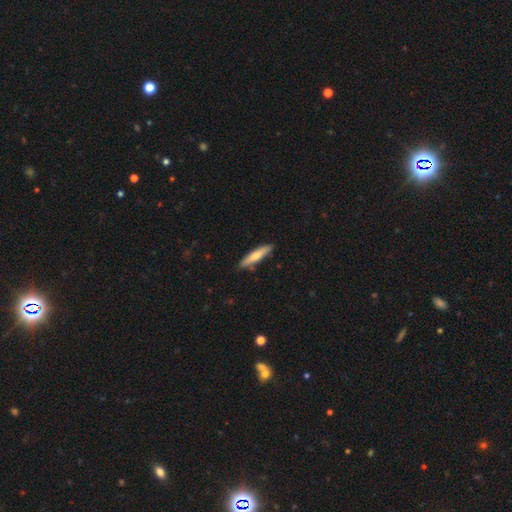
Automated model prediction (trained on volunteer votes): A smooth galaxy with no disk features (65%) that is cigar-shaped (84%). Merging: none (87%).